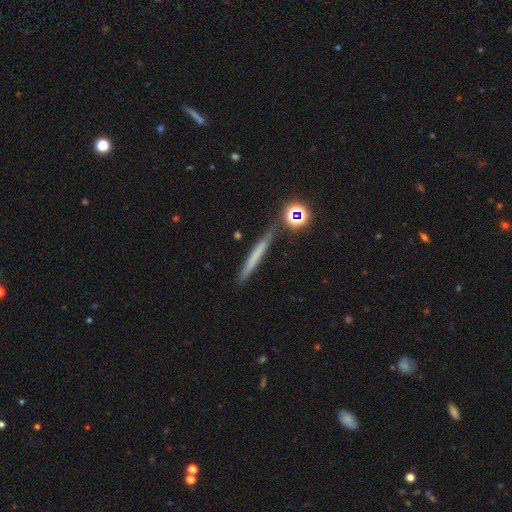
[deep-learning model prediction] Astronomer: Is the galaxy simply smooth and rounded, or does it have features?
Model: smooth — 56%.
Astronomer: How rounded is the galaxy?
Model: cigar-shaped — 94%.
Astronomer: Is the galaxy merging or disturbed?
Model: none — 81%.